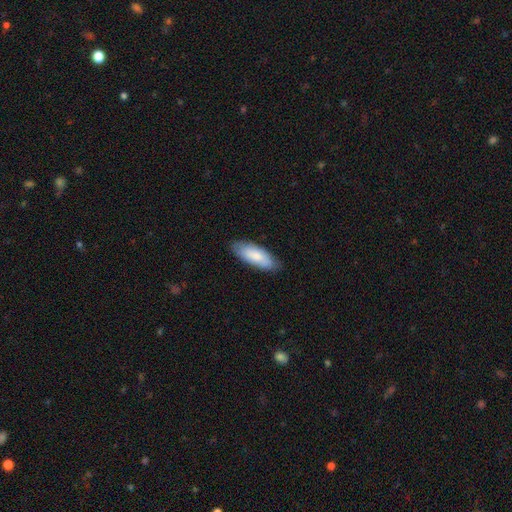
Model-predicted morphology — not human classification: A smooth galaxy with no disk features (78%) that is in between round and cigar-shaped (77%).

Vote fractions:
- Smooth or featured? smooth: 78% / featured or disk: 16% / star or artifact: 5%
- How rounded? in between: 77% / cigar-shaped: 21% / round: 2%
- Merging? none: 82% / minor disturbance: 14% / major disturbance: 2% / merger: 1%